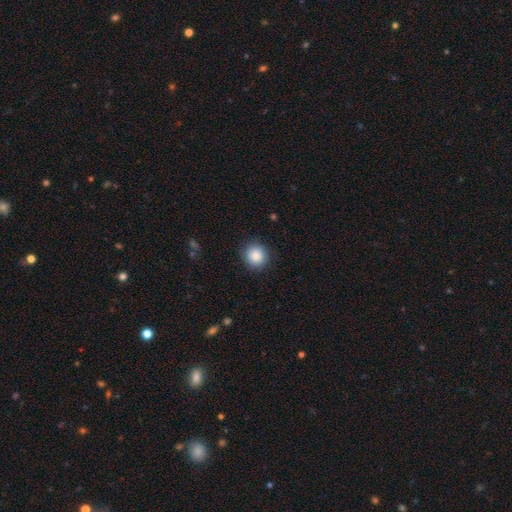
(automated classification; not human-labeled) Morphology: type=smooth (88%); roundness=round (89%); merging=none (88%).